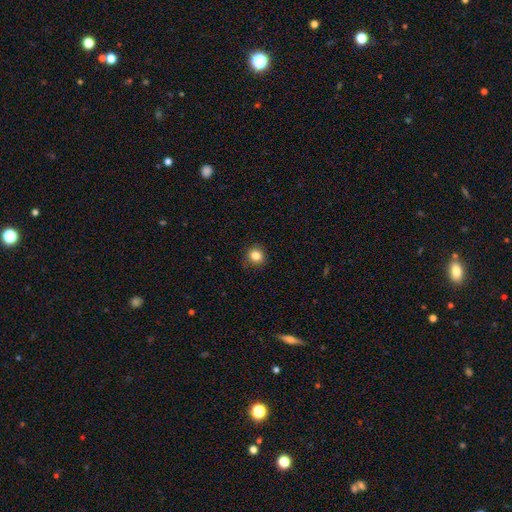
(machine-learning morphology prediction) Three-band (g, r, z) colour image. It shows a smooth galaxy with no disk features (84%) that is round (86%). Merging: none (84%).